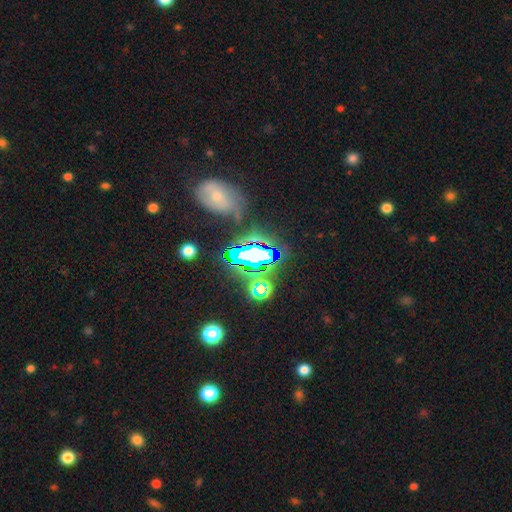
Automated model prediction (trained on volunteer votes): Smooth or featured? star or artifact (73%)